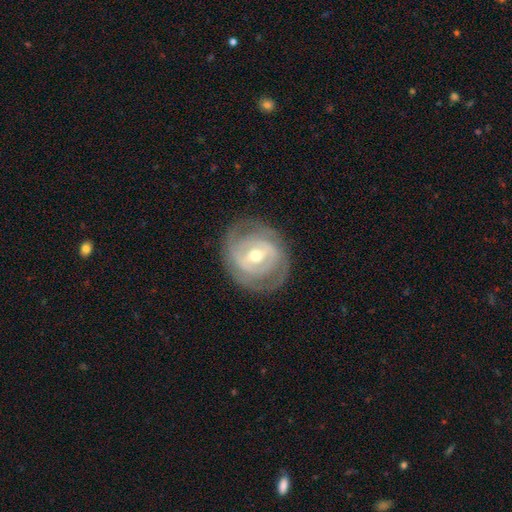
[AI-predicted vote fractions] A featured or disk galaxy (80%) with a weak bar (45%), 2 (49%) tight (63%) spiral arms (77%) and a moderate central bulge (58%). Merging: none (78%).